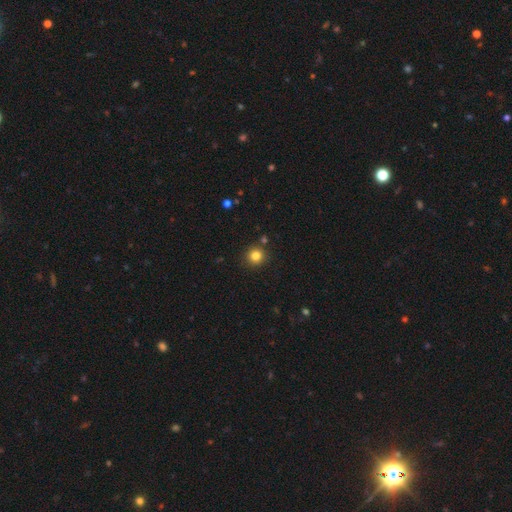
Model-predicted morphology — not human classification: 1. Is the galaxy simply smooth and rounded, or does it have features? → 82% smooth, 13% star or artifact, 5% featured or disk.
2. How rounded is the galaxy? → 93% round, 6% in between, 1% cigar-shaped.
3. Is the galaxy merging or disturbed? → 87% none, 7% minor disturbance, 4% merger, 2% major disturbance.